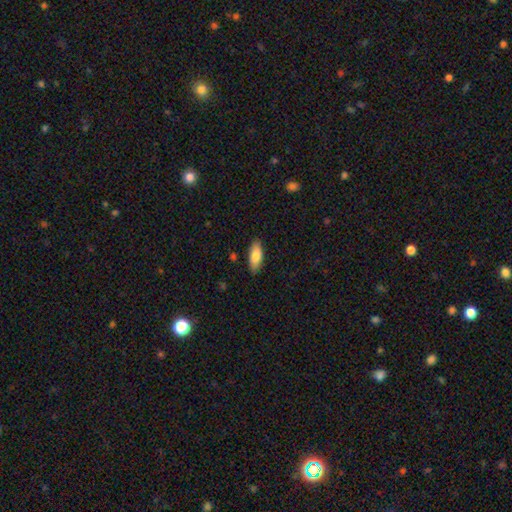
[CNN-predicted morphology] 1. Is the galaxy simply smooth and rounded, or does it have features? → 82% smooth, 12% featured or disk, 6% star or artifact.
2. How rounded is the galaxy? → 78% in between, 20% cigar-shaped, 2% round.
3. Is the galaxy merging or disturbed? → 86% none, 11% minor disturbance, 2% major disturbance, 1% merger.